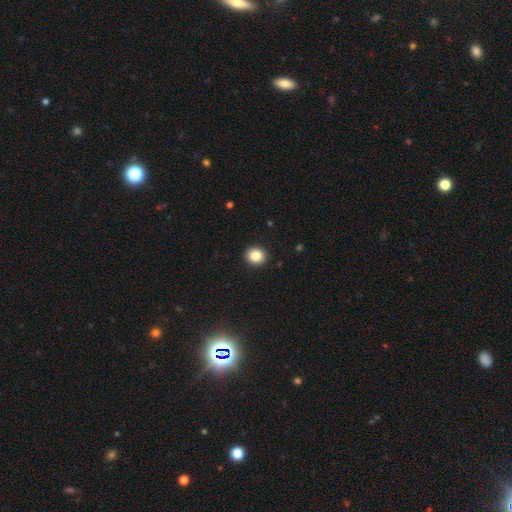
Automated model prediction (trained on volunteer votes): Overall: smooth (85%). How rounded: round (78%). Merging: none (92%).